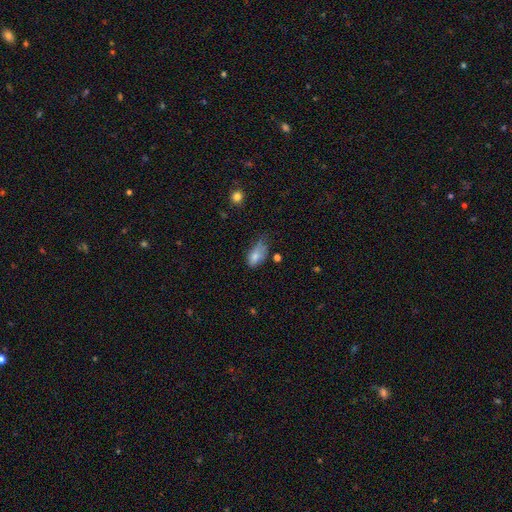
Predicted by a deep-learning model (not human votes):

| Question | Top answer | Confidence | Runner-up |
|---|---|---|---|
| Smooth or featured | smooth | 75% | featured or disk (16%) |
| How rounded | in between | 90% | round (6%) |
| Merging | minor disturbance | 43% | none (28%) |